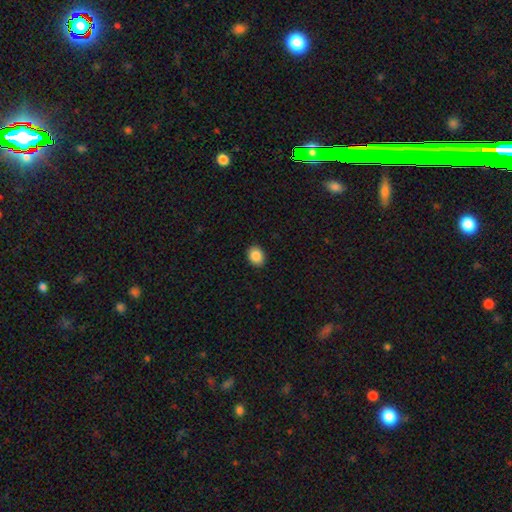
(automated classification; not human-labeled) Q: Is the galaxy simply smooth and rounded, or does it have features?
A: smooth — 87%.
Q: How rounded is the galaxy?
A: in between — 58%.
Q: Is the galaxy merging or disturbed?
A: none — 90%.